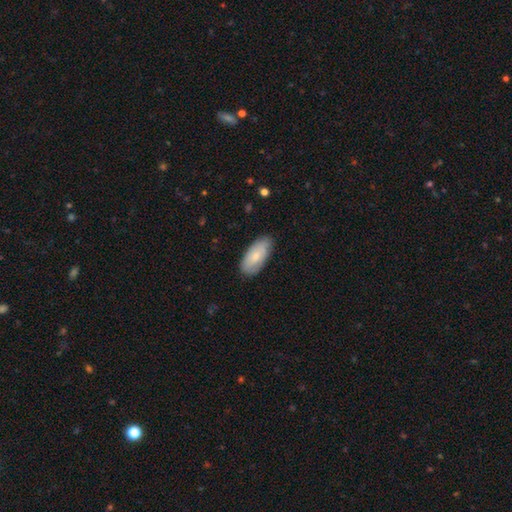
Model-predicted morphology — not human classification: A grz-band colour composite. It shows a smooth galaxy with no disk features (72%) that is in between round and cigar-shaped (91%). Merging: none (80%).